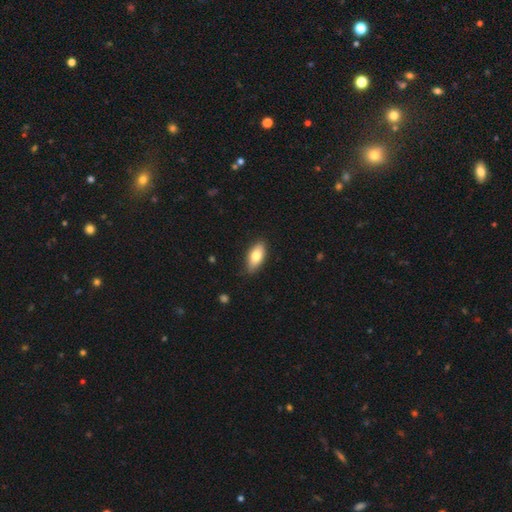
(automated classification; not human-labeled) Smooth or featured? smooth (75%)
How rounded? in between (87%)
Merging? none (83%)